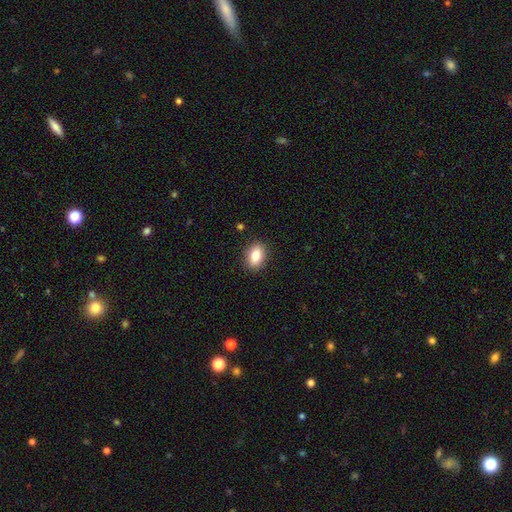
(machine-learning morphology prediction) This is clearly a smooth galaxy (81%). How rounded: likely in between (79%). Merging: clearly none (89%).